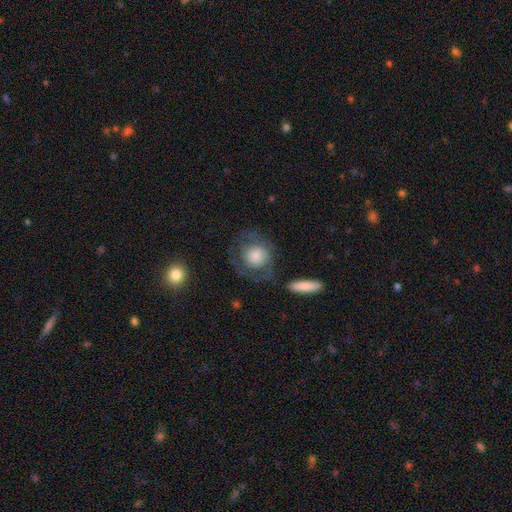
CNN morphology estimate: Smooth or featured?
  - featured or disk: 49% *
  - smooth: 43%
  - star or artifact: 7%
Merging?
  - none: 58% *
  - major disturbance: 20%
  - minor disturbance: 19%
  - merger: 3%